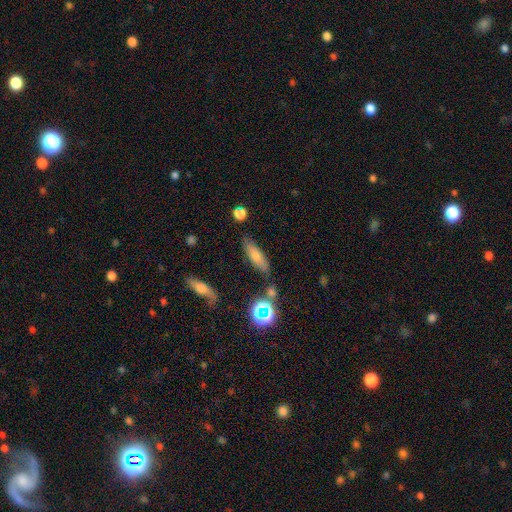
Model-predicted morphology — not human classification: The model was most divided on "how rounded" (2-way tie): cigar-shaped: 48%, in between: 48%, round: 4%. More confident: merging — none (77%); smooth or featured — smooth (65%).